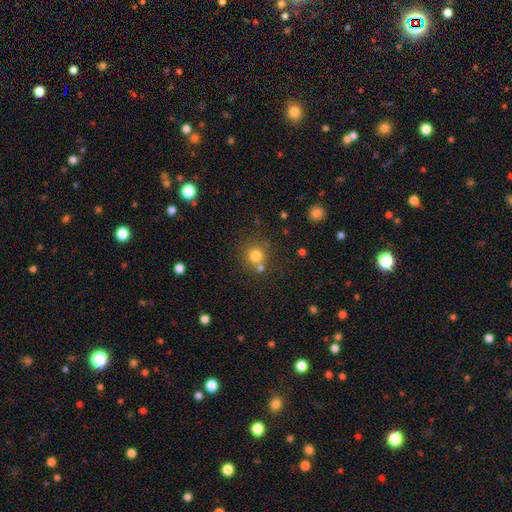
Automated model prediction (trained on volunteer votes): Morphology: type=smooth (78%); roundness=round (92%); merging=none (67%).